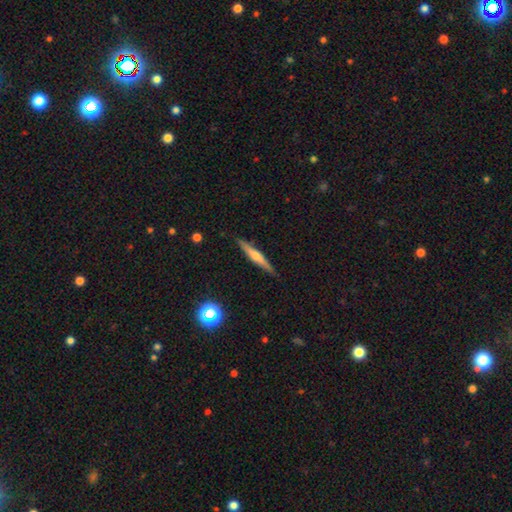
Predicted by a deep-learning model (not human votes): The model was most divided on "smooth or featured": featured or disk: 64%, smooth: 29%, star or artifact: 7%. More confident: edge-on disk — yes (97%); merging — none (90%); edge-on bulge — rounded (82%).